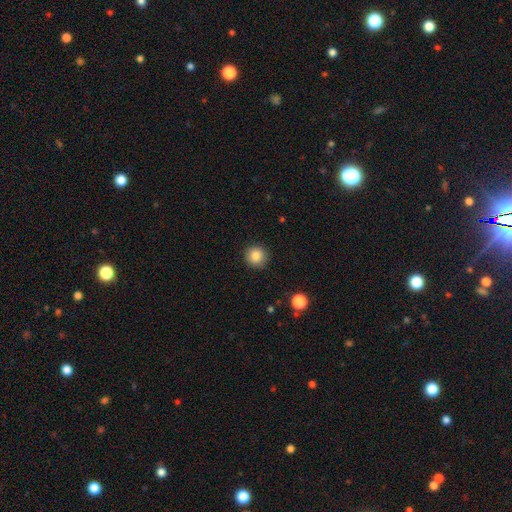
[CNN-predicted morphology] This appears to be a smooth galaxy with no disk features (85%) that is round (93%). Merging: none (90%).